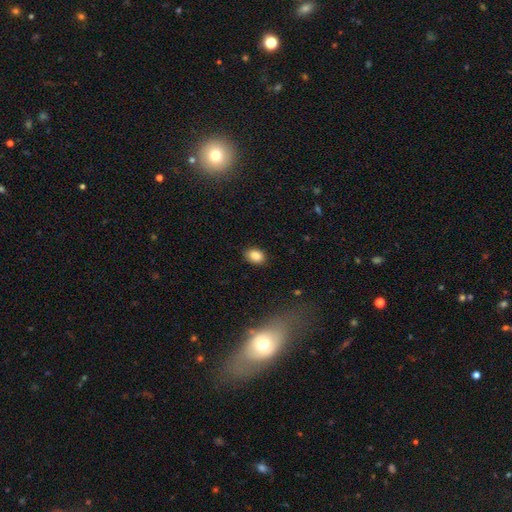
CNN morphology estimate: This is clearly a smooth galaxy (87%). How rounded: likely in between (78%). Merging: clearly none (84%).